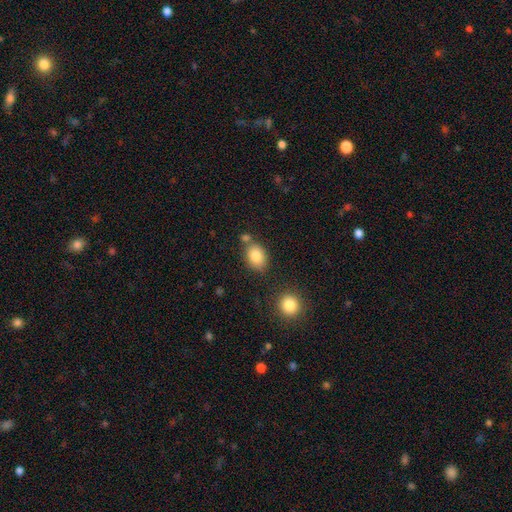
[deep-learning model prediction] smooth-or-featured: smooth: 85% | star or artifact: 8% | featured or disk: 7%
  how-rounded: in between: 77% | round: 22% | cigar-shaped: 1%
  merging: none: 67% | minor disturbance: 15% | merger: 14% | major disturbance: 4%